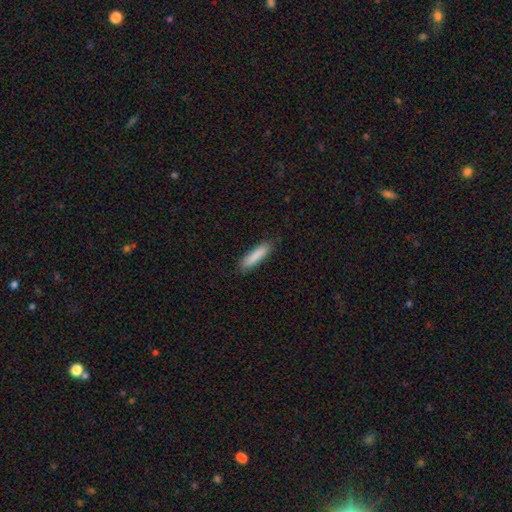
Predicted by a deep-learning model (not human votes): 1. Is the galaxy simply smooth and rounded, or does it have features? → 86% smooth, 8% featured or disk, 6% star or artifact.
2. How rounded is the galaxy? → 77% cigar-shaped, 21% in between, 1% round.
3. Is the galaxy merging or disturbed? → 86% none, 11% minor disturbance, 2% major disturbance, 1% merger.